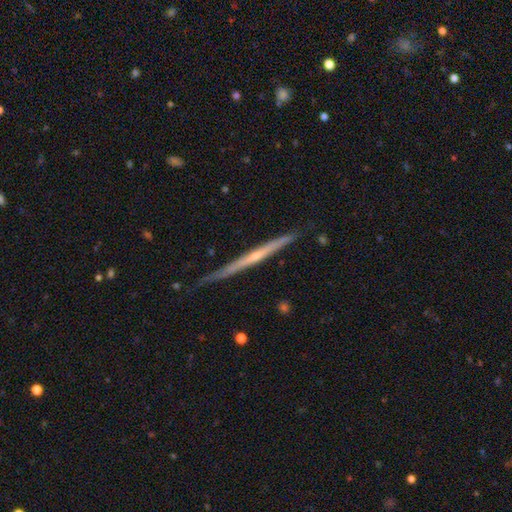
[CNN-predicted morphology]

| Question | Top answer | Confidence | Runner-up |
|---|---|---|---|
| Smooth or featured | featured or disk | 78% | smooth (16%) |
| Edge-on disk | yes | 98% | no (2%) |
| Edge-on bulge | rounded | 51% | none (44%) |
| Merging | none | 86% | minor disturbance (11%) |